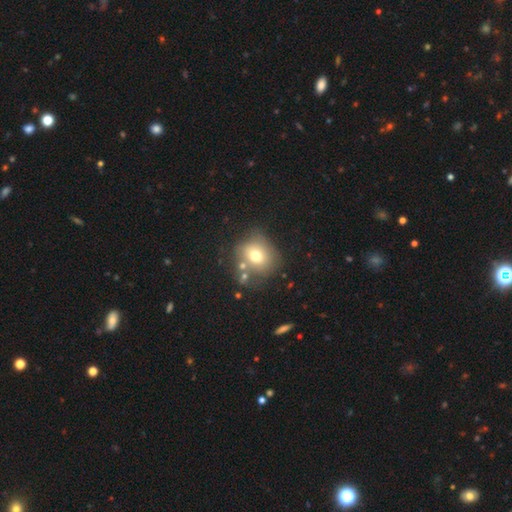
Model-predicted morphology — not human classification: This appears to be a smooth galaxy with no disk features (69%) that is round (73%). Merging: none (63%).